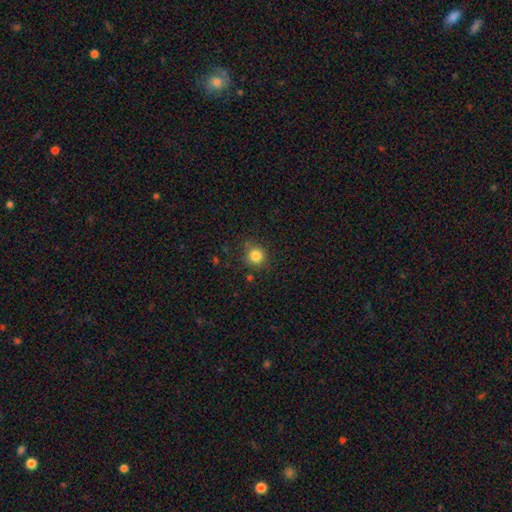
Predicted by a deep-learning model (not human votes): A smooth galaxy with no disk features (83%) that is round (92%). Merging: none (84%).